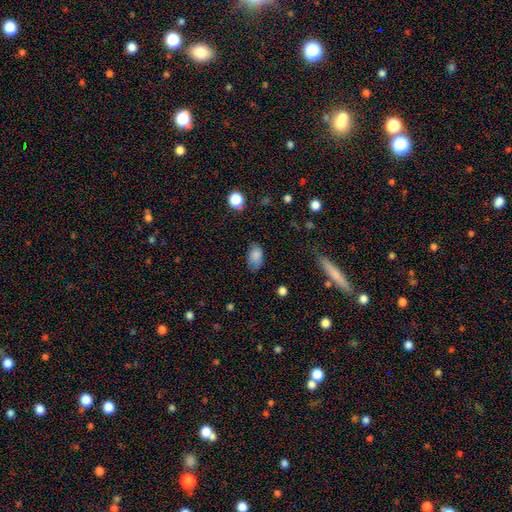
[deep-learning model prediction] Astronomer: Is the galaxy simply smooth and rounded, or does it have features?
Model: smooth — 83%.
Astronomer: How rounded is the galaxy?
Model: in between — 89%.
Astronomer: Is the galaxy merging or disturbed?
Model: none — 67%.